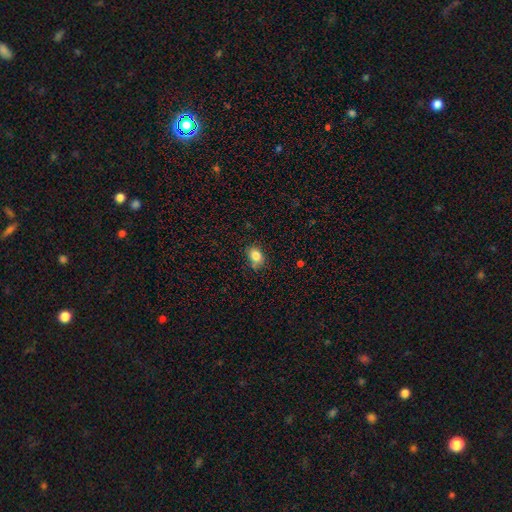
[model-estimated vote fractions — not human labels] Smooth or featured? Predicted: smooth (p=0.83). How rounded? Predicted: in between (p=0.63). Merging? Predicted: none (p=0.70).